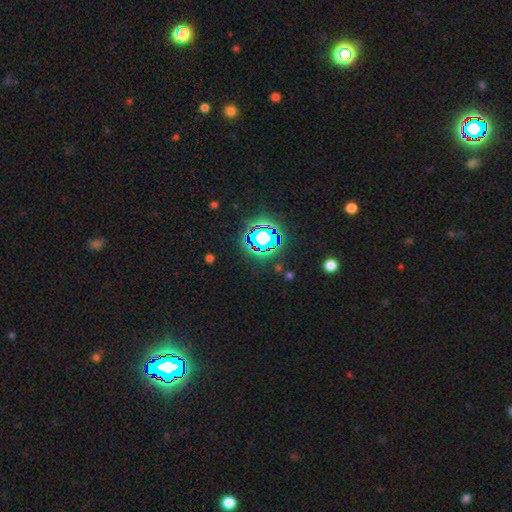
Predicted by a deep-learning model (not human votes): The model was most divided on "smooth or featured": star or artifact: 82%, smooth: 11%, featured or disk: 7%.